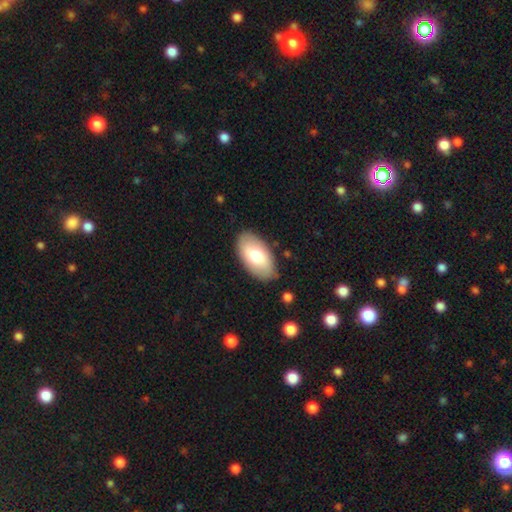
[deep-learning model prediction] smooth 70%, featured or disk 24%, star or artifact 6%. Down the decision tree: how rounded — in between (95%); merging — none (85%).